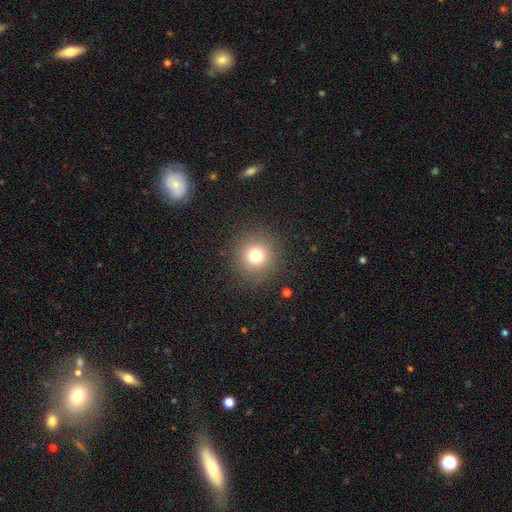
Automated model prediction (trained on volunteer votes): smooth 76%, star or artifact 15%, featured or disk 9%. Down the decision tree: how rounded — round (94%); merging — none (90%).